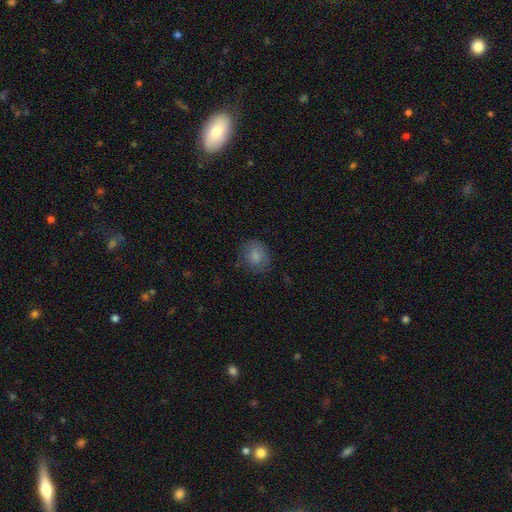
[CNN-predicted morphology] Overall: smooth (80%). How rounded: round (63%; in between 36%). Merging: none (73%).